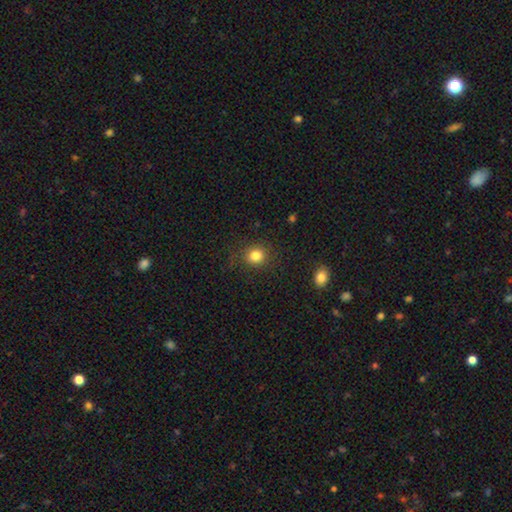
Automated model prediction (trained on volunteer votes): This appears to be a smooth galaxy with no disk features (83%) that is round (79%). Merging: none (86%).